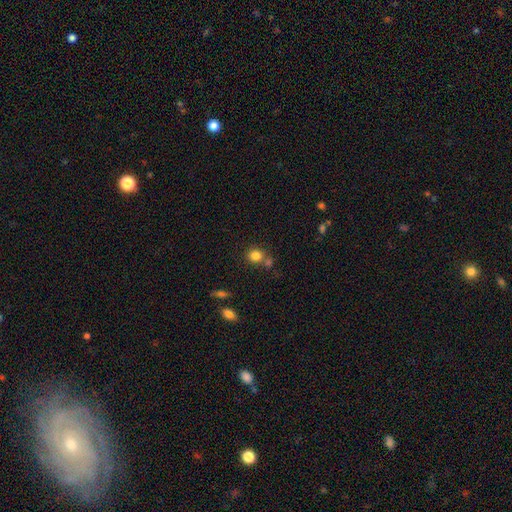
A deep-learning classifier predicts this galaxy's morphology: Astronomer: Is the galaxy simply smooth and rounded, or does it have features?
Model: smooth — 82%.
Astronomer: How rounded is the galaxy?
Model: round — 79%.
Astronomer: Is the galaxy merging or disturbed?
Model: none — 64%.